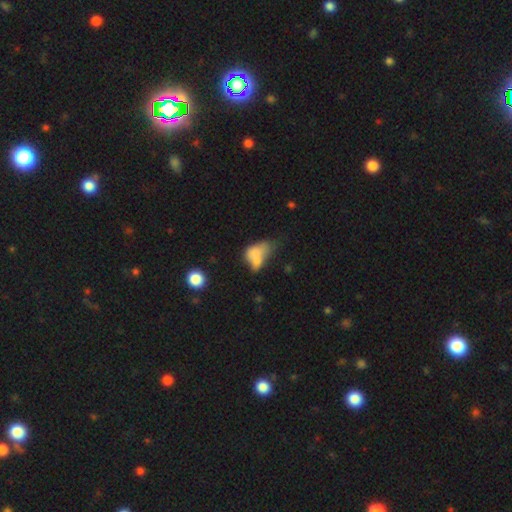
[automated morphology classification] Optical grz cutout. It shows a smooth galaxy with no disk features (66%) that is in between round and cigar-shaped (81%). Merging: merger (45%).